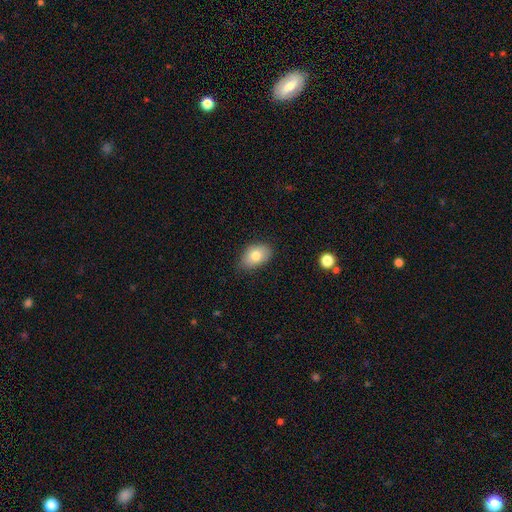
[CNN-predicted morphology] type=smooth (79%); roundness=in between (87%); merging=none (77%).